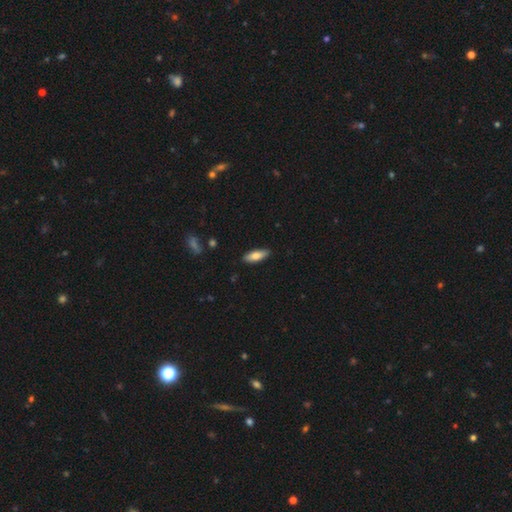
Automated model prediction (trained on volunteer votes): A smooth galaxy with no disk features (74%) that is in between round and cigar-shaped (61%).

Vote fractions:
- Smooth or featured? smooth: 74% / featured or disk: 20% / star or artifact: 6%
- How rounded? in between: 61% / cigar-shaped: 37% / round: 2%
- Merging? none: 88% / minor disturbance: 9% / major disturbance: 2% / merger: 1%